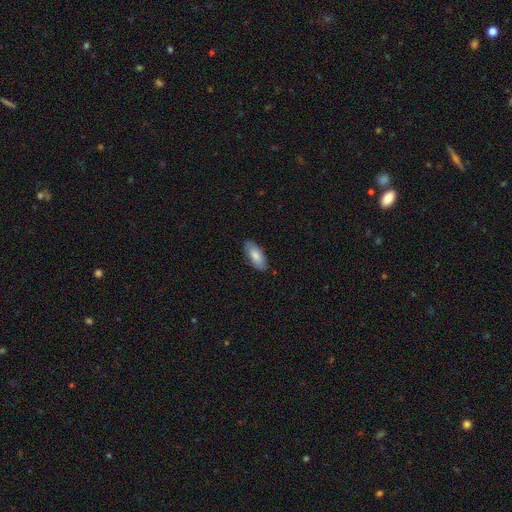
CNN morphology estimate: Q: Smooth or featured?
A: smooth (82%); runner-up: featured or disk (12%)
Q: How rounded?
A: in between (85%); runner-up: cigar-shaped (13%)
Q: Merging?
A: none (84%); runner-up: minor disturbance (13%)